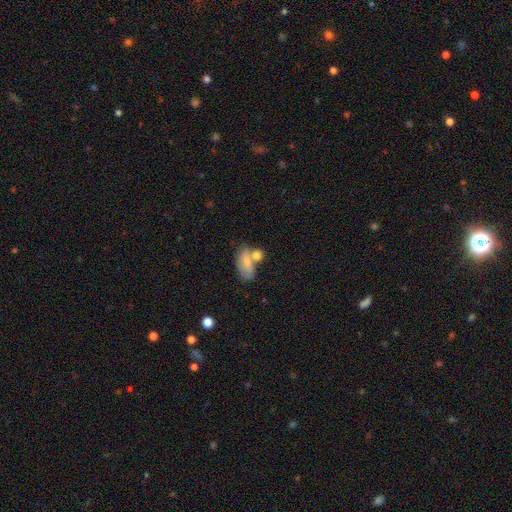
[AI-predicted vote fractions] smooth 75%, featured or disk 17%, star or artifact 8%. Down the decision tree: how rounded — in between (79%); merging — merger (46%).